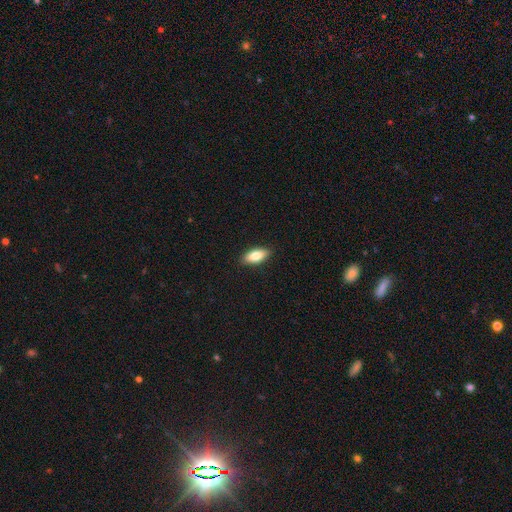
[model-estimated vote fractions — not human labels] smooth-or-featured: smooth: 81% | featured or disk: 13% | star or artifact: 6%
  how-rounded: in between: 84% | cigar-shaped: 13% | round: 3%
  merging: none: 90% | minor disturbance: 8% | major disturbance: 2% | merger: 1%